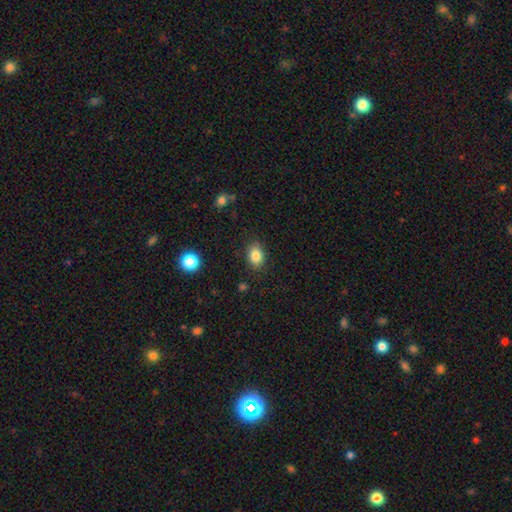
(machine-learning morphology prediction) smooth_or_featured: smooth (p=0.84) [alt: star or artifact p=0.09]
how_rounded: in between (p=0.76) [alt: round p=0.23]
merging: none (p=0.84) [alt: minor disturbance p=0.12]